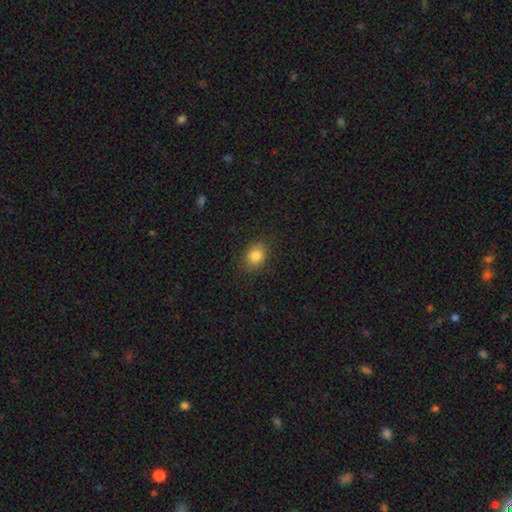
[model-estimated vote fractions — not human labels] Q: Smooth or featured?
A: smooth (83%); runner-up: star or artifact (10%)
Q: How rounded?
A: in between (56%); runner-up: round (43%)
Q: Merging?
A: none (85%); runner-up: minor disturbance (11%)